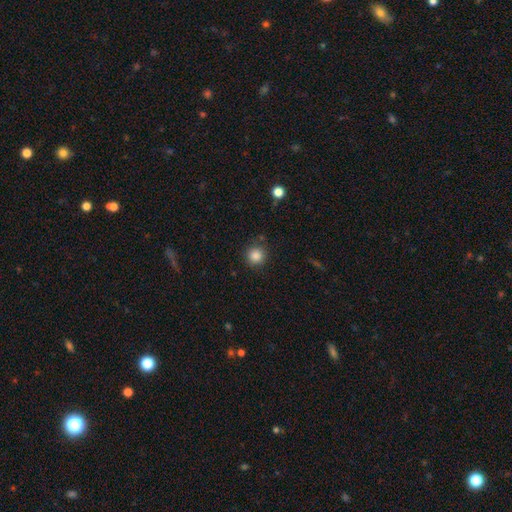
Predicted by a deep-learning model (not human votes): smooth_or_featured: smooth (p=0.86) [alt: star or artifact p=0.11]
how_rounded: round (p=0.93) [alt: in between p=0.06]
merging: none (p=0.85) [alt: minor disturbance p=0.10]